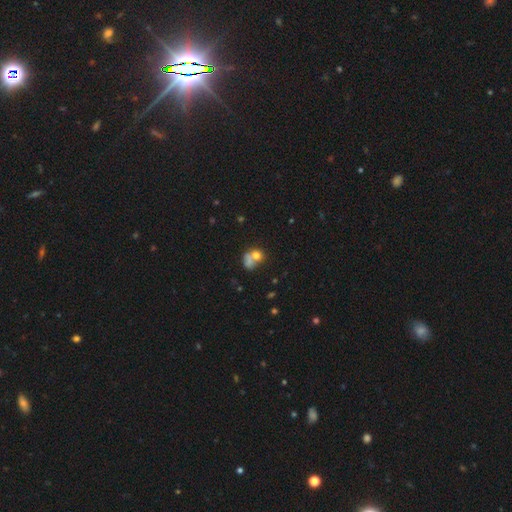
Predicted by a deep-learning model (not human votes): smooth_or_featured: smooth (p=0.67) [alt: featured or disk p=0.21]
how_rounded: round (p=0.56) [alt: in between p=0.43]
merging: merger (p=0.55) [alt: none p=0.24]